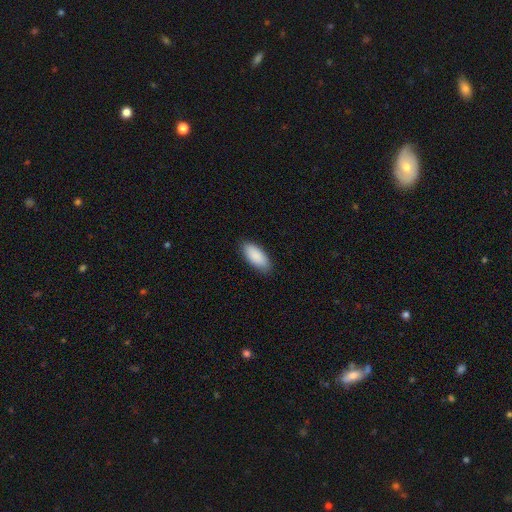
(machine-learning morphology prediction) The model was most divided on "how rounded": in between: 87%, cigar-shaped: 12%, round: 2%. More confident: smooth or featured — smooth (90%); merging — none (87%).